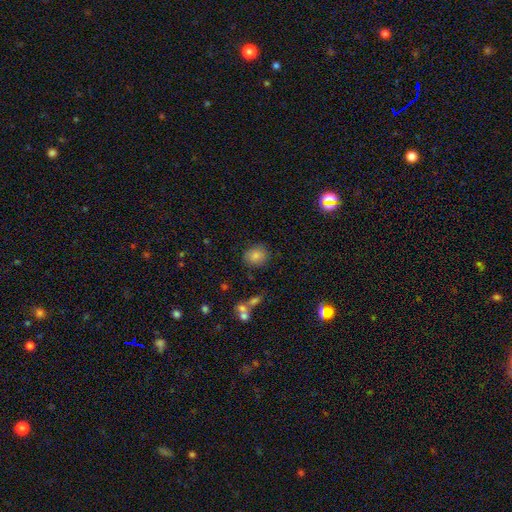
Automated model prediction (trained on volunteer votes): Smooth or featured? smooth (81%)
How rounded? round (66%)
Merging? none (81%)